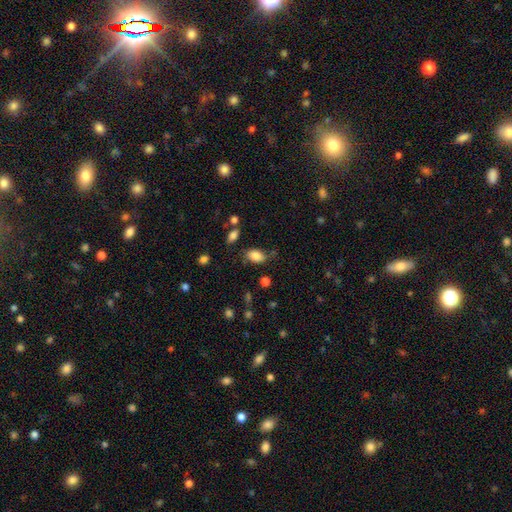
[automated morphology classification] This is clearly a smooth galaxy (83%). How rounded: clearly in between (90%). Merging: likely none (71%).